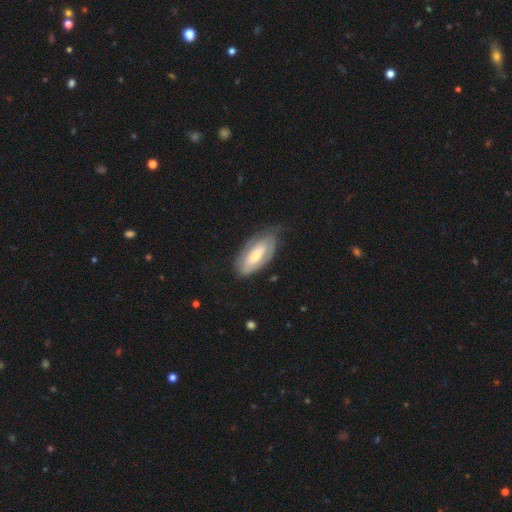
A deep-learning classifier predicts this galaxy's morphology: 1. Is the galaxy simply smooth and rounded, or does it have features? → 58% featured or disk, 36% smooth, 6% star or artifact.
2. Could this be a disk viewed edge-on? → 87% no, 13% yes.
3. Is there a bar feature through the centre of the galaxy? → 45% no, 35% weak, 19% strong.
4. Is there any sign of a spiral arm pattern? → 63% yes, 37% no.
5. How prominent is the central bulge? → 58% moderate, 32% small, 8% large, 2% none, 1% dominant.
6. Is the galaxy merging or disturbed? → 63% none, 26% minor disturbance, 9% major disturbance, 1% merger.